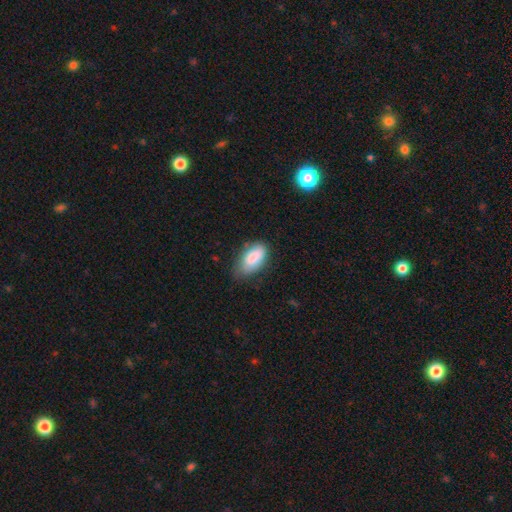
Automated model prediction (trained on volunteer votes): smooth-or-featured: smooth: 85% | featured or disk: 8% | star or artifact: 7%
  how-rounded: in between: 92% | cigar-shaped: 5% | round: 3%
  merging: none: 64% | minor disturbance: 29% | major disturbance: 5% | merger: 2%